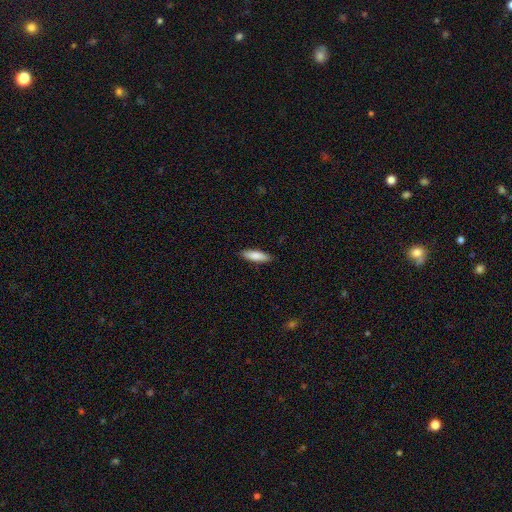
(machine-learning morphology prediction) Q: Smooth or featured?
A: smooth (85%); runner-up: featured or disk (9%)
Q: How rounded?
A: cigar-shaped (52%); runner-up: in between (46%)
Q: Merging?
A: none (89%); runner-up: minor disturbance (9%)